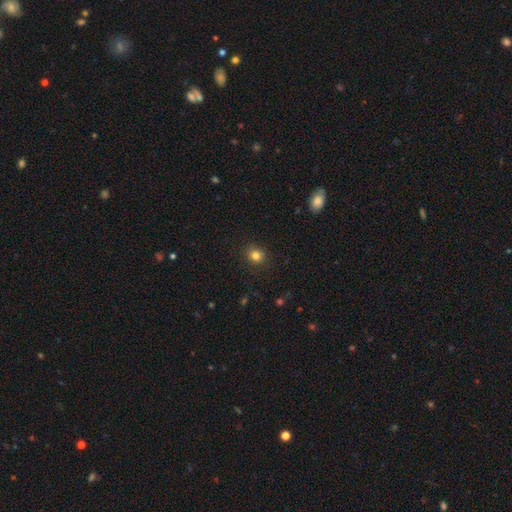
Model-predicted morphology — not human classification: type=smooth (81%); roundness=round (79%); merging=none (89%).